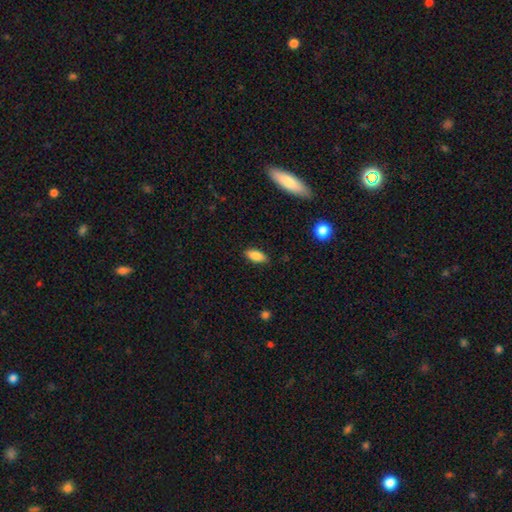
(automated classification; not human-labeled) Smooth or featured? smooth (85%)
How rounded? in between (86%)
Merging? none (87%)